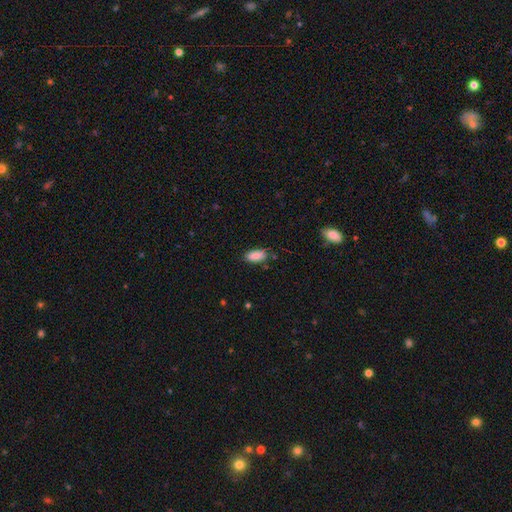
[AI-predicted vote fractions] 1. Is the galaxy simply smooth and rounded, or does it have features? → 88% smooth, 8% star or artifact, 4% featured or disk.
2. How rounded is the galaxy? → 87% in between, 11% cigar-shaped, 2% round.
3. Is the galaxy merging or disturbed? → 77% none, 18% minor disturbance, 3% major disturbance, 3% merger.